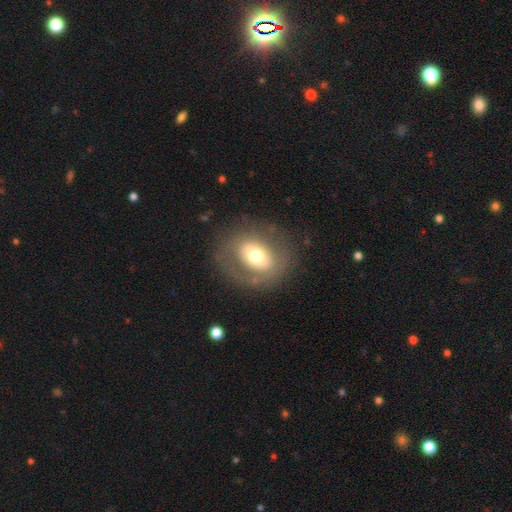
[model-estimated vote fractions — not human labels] This appears to be a smooth galaxy with no disk features (51%) that is round (58%). Merging: none (75%).